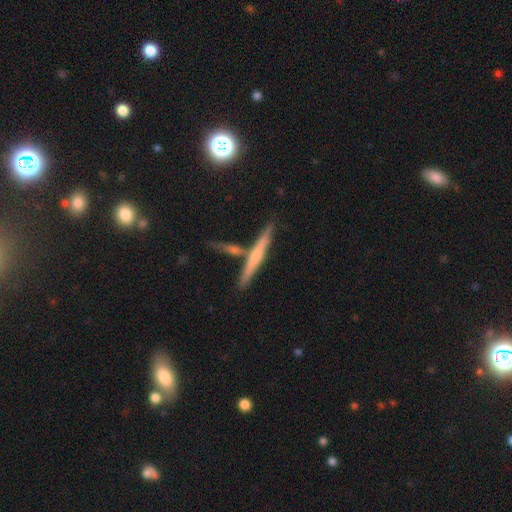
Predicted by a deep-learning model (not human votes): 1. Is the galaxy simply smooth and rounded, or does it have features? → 53% featured or disk, 40% smooth, 7% star or artifact.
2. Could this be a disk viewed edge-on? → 96% yes, 4% no.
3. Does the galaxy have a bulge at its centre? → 47% rounded, 44% none, 9% boxy.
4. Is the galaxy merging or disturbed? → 75% none, 14% merger, 8% minor disturbance, 2% major disturbance.